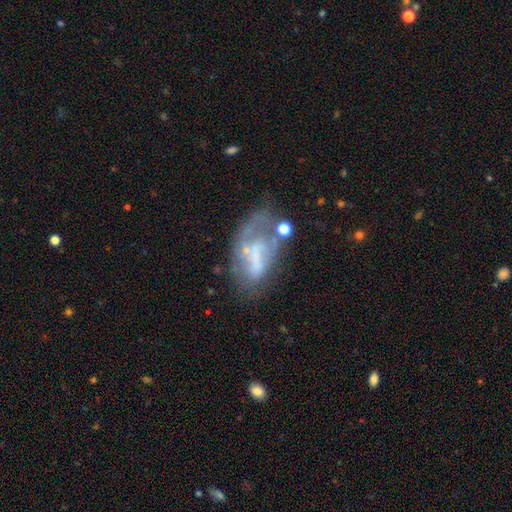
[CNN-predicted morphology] Smooth or featured?
  - featured or disk: 59% *
  - smooth: 30%
  - star or artifact: 12%
Edge-on disk?
  - no: 94% *
  - yes: 6%
Bar?
  - no: 55% *
  - weak: 28%
  - strong: 17%
Spiral arms?
  - no: 62% *
  - yes: 38%
Bulge size?
  - none: 58% *
  - small: 21%
  - moderate: 15%
  - large: 5%
  - dominant: 2%
Merging?
  - major disturbance: 33% *
  - none: 31%
  - minor disturbance: 23%
  - merger: 12%